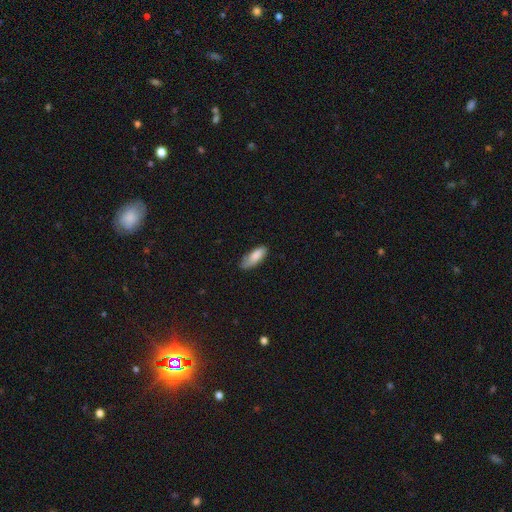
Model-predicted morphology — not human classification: smooth-or-featured: smooth: 83% | featured or disk: 10% | star or artifact: 6%
  how-rounded: in between: 77% | cigar-shaped: 21% | round: 2%
  merging: none: 60% | minor disturbance: 31% | major disturbance: 7% | merger: 2%